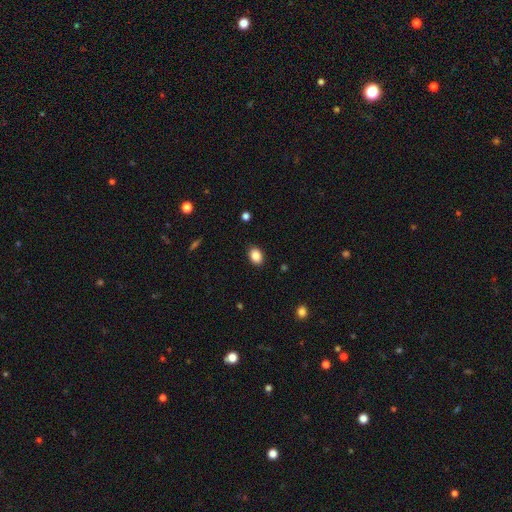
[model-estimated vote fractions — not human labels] This appears to be a smooth galaxy with no disk features (87%) that is in between round and cigar-shaped (76%). Merging: none (88%).